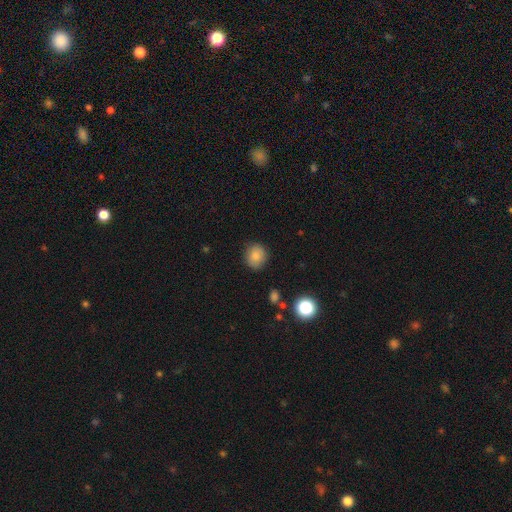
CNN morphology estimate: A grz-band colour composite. It shows a smooth galaxy with no disk features (83%) that is round (81%). Merging: none (85%).